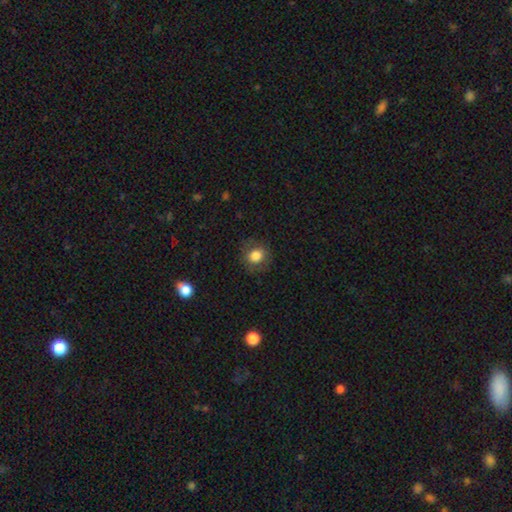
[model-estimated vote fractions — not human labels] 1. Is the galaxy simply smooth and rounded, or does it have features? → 79% smooth, 11% featured or disk, 10% star or artifact.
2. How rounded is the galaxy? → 80% round, 19% in between, 1% cigar-shaped.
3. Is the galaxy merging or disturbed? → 82% none, 12% minor disturbance, 5% major disturbance, 1% merger.